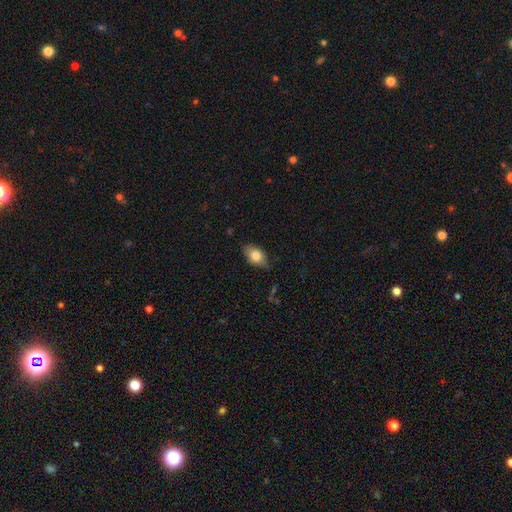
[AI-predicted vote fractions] Q: Smooth or featured?
A: smooth (78%); runner-up: featured or disk (15%)
Q: How rounded?
A: in between (88%); runner-up: round (9%)
Q: Merging?
A: none (78%); runner-up: minor disturbance (18%)